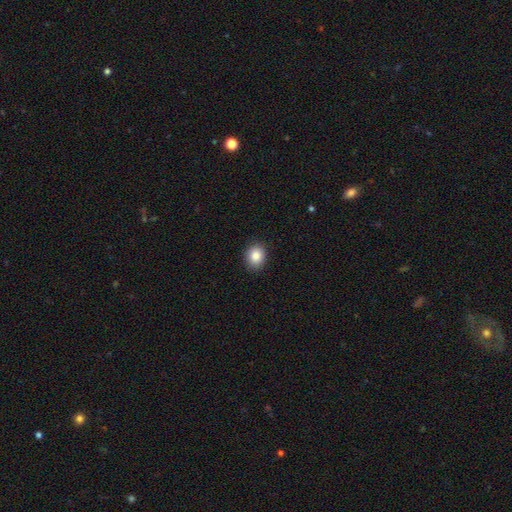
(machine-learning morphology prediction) A smooth galaxy with no disk features (87%) that is round (60%).

Vote fractions:
- Smooth or featured? smooth: 87% / star or artifact: 9% / featured or disk: 5%
- How rounded? round: 60% / in between: 39% / cigar-shaped: 1%
- Merging? none: 90% / minor disturbance: 7% / major disturbance: 2% / merger: 1%